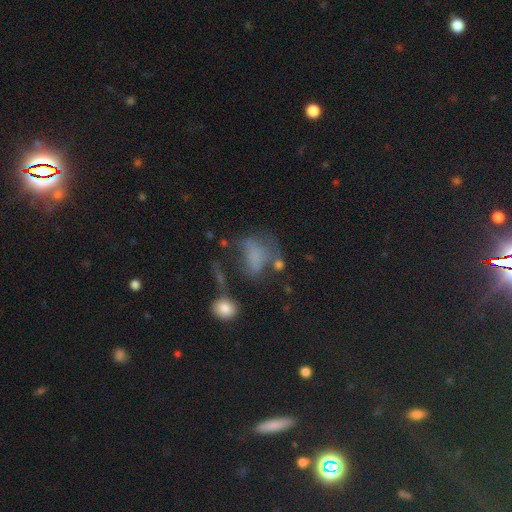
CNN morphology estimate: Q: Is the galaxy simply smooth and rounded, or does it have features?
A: smooth — 54%.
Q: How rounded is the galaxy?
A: in between — 66%.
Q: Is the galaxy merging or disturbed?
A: major disturbance — 38%.